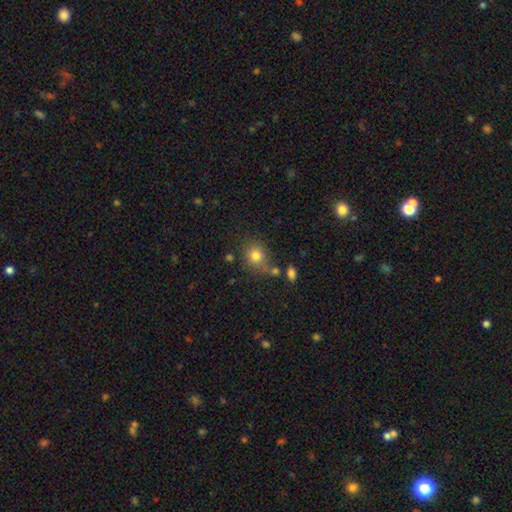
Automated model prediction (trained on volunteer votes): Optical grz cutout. It shows a smooth galaxy with no disk features (79%) that is round (79%). Merging: none (68%).